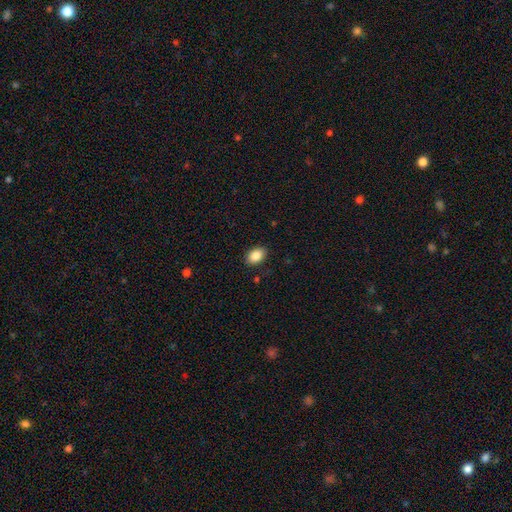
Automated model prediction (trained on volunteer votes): Smooth or featured? smooth (86%)
How rounded? in between (84%)
Merging? none (87%)